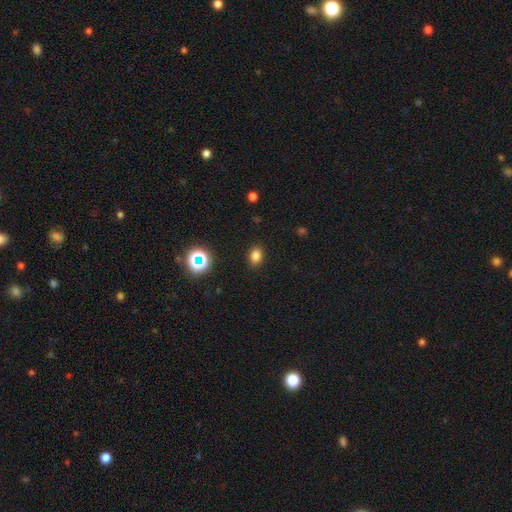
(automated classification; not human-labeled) Q: Smooth or featured?
A: smooth (79%); runner-up: star or artifact (16%)
Q: How rounded?
A: in between (69%); runner-up: round (30%)
Q: Merging?
A: none (87%); runner-up: minor disturbance (9%)